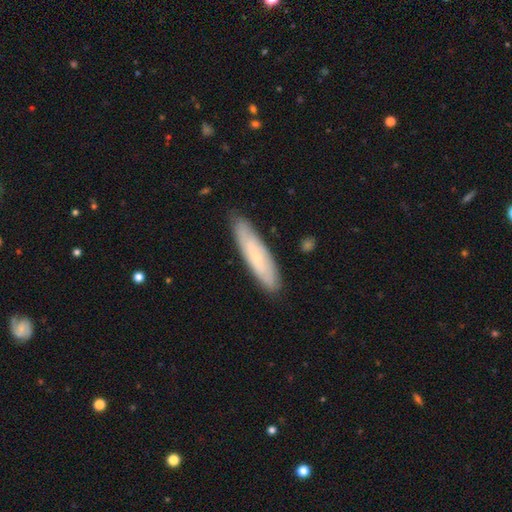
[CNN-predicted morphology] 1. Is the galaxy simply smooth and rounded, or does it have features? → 54% smooth, 39% featured or disk, 6% star or artifact.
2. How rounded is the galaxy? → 75% cigar-shaped, 23% in between, 2% round.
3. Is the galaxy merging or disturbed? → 85% none, 12% minor disturbance, 2% major disturbance, 1% merger.